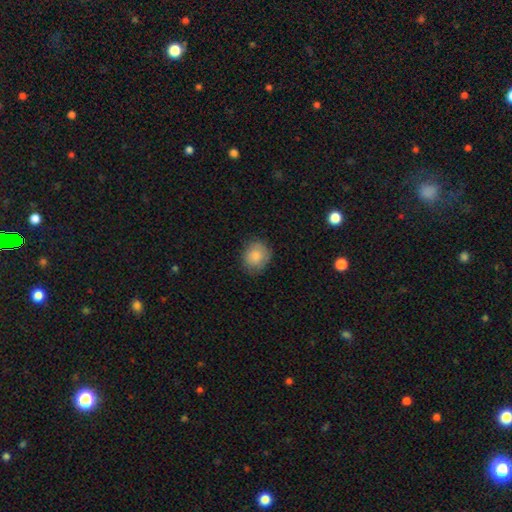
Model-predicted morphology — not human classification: Overall: smooth (84%). How rounded: round (70%). Merging: none (79%).